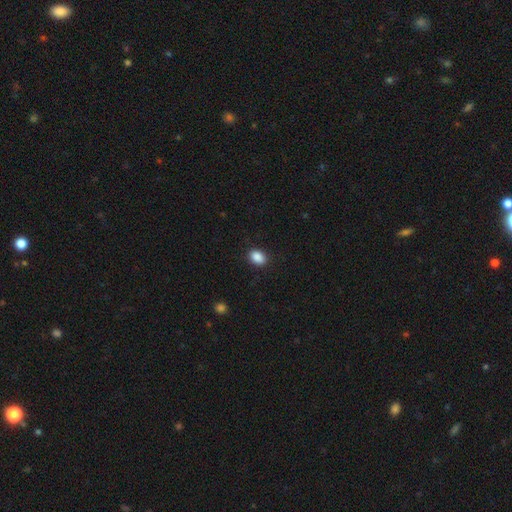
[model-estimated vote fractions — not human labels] Smooth or featured?
  - smooth: 89% *
  - star or artifact: 8%
  - featured or disk: 3%
How rounded?
  - in between: 76% *
  - round: 23%
  - cigar-shaped: 1%
Merging?
  - none: 88% *
  - minor disturbance: 9%
  - major disturbance: 2%
  - merger: 1%